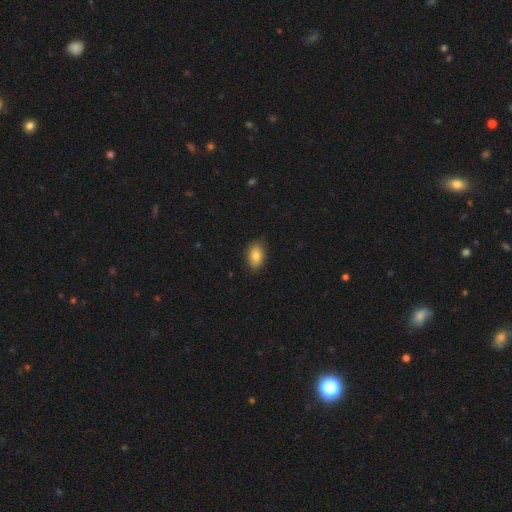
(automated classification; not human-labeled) Overall: smooth (81%). How rounded: in between (89%). Merging: none (87%).